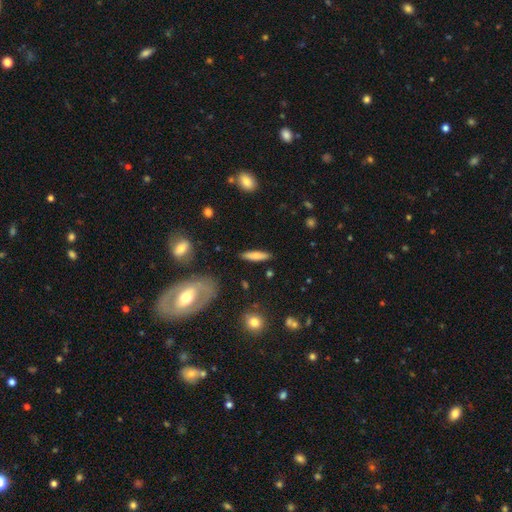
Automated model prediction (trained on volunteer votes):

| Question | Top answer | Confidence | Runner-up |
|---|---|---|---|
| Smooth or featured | smooth | 73% | featured or disk (20%) |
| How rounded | cigar-shaped | 75% | in between (22%) |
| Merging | none | 88% | minor disturbance (8%) |